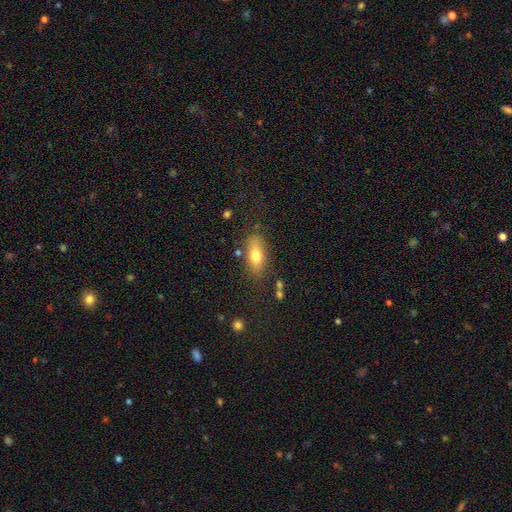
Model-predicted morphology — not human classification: smooth 74%, featured or disk 18%, star or artifact 8%. Down the decision tree: how rounded — in between (82%); merging — none (76%).